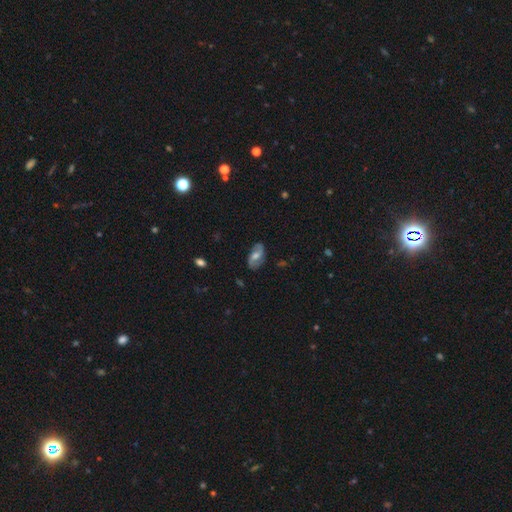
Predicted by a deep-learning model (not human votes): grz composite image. It shows a featured or disk galaxy (67%) with no bar (44%), 2 (87%) medium (44%) spiral arms (85%) and a moderate central bulge (65%). Merging: none (80%).